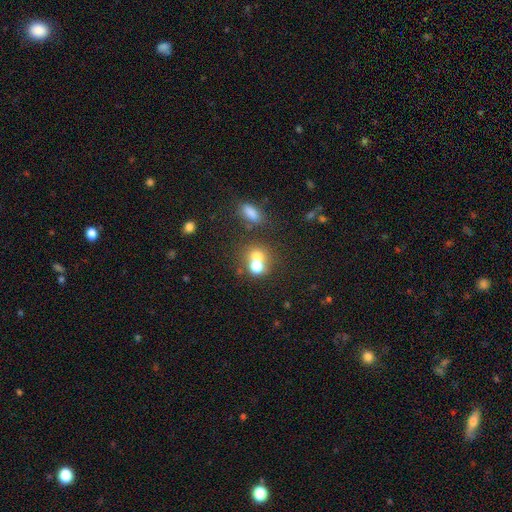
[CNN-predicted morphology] A smooth galaxy with no disk features (68%) that is round (69%).

Vote fractions:
- Smooth or featured? smooth: 68% / star or artifact: 16% / featured or disk: 16%
- How rounded? round: 69% / in between: 29% / cigar-shaped: 1%
- Merging? merger: 52% / none: 35% / minor disturbance: 8% / major disturbance: 5%